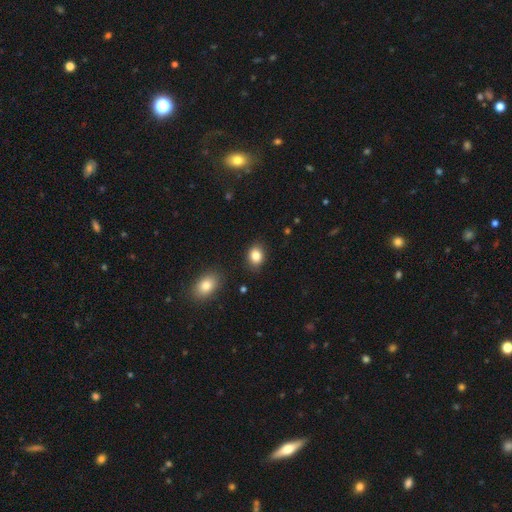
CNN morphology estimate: A smooth galaxy with no disk features (85%) that is in between round and cigar-shaped (57%). Merging: none (86%).